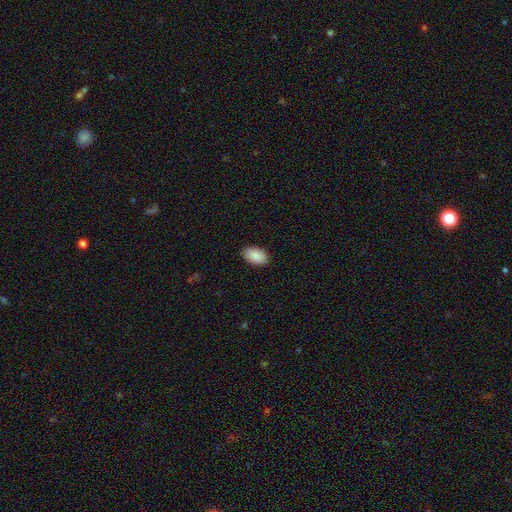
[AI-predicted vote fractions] This appears to be a smooth galaxy with no disk features (90%) that is in between round and cigar-shaped (94%). Merging: none (89%).